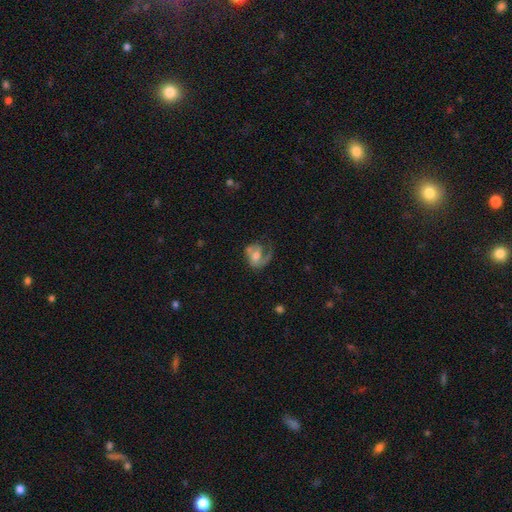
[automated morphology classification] Q: Smooth or featured?
A: featured or disk (65%); runner-up: smooth (27%)
Q: Edge-on disk?
A: no (97%); runner-up: yes (3%)
Q: Bar?
A: no (56%); runner-up: weak (34%)
Q: Spiral arms?
A: yes (81%); runner-up: no (19%)
Q: Spiral winding?
A: medium (39%); runner-up: loose (37%)
Q: Spiral arm count?
A: 1 (67%); runner-up: 2 (23%)
Q: Bulge size?
A: moderate (46%); runner-up: small (23%)
Q: Merging?
A: major disturbance (38%); runner-up: none (36%)